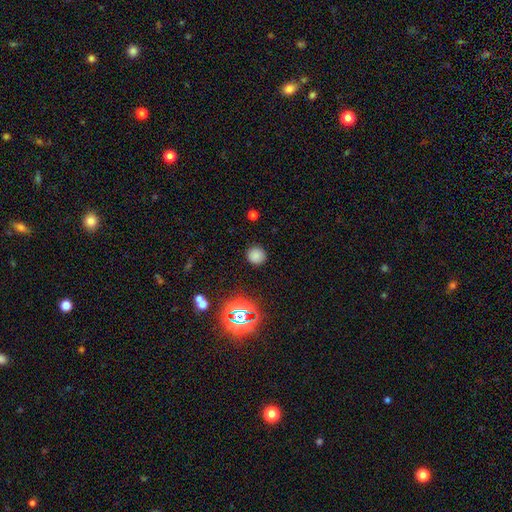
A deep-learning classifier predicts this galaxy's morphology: A smooth galaxy with no disk features (77%) that is round (92%).

Vote fractions:
- Smooth or featured? smooth: 77% / star or artifact: 18% / featured or disk: 5%
- How rounded? round: 92% / in between: 7% / cigar-shaped: 1%
- Merging? none: 89% / minor disturbance: 7% / major disturbance: 3% / merger: 1%